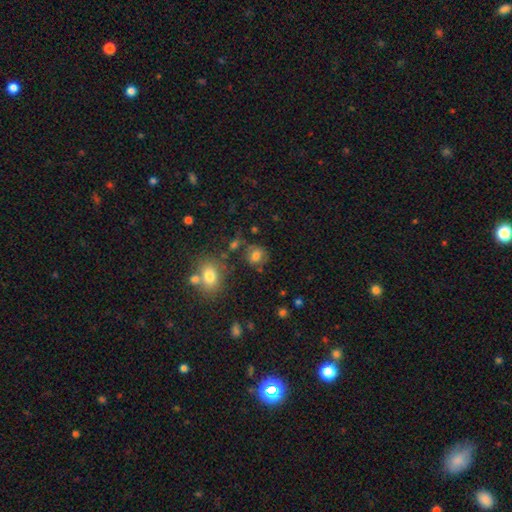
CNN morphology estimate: Smooth or featured?
  - smooth: 74% *
  - star or artifact: 14%
  - featured or disk: 13%
How rounded?
  - round: 69% *
  - in between: 30%
  - cigar-shaped: 1%
Merging?
  - none: 65% *
  - minor disturbance: 17%
  - merger: 10%
  - major disturbance: 8%